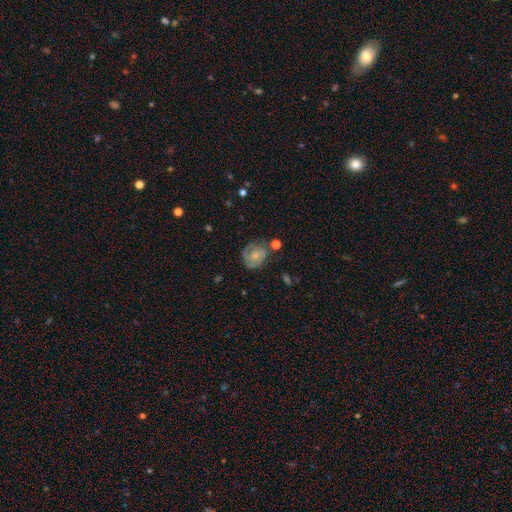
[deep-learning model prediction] Smooth or featured: featured or disk — 54% (smooth — 39%)
Edge-on disk: no — 97% (yes — 3%)
Bar: no — 76% (weak — 21%)
Spiral arms: yes — 75% (no — 25%)
Bulge size: small — 49% (moderate — 38%)
Merging: none — 54% (minor disturbance — 26%)